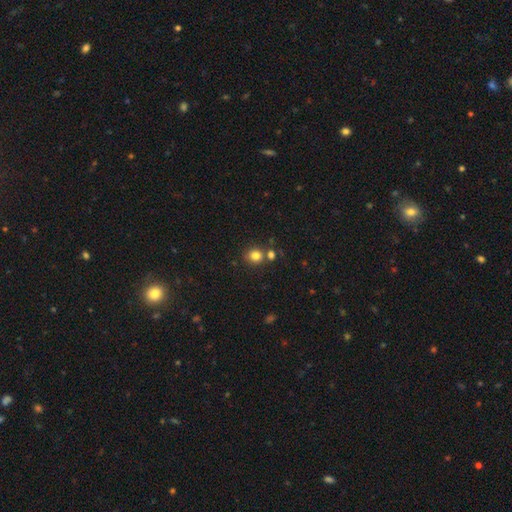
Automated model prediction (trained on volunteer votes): smooth_or_featured: smooth (p=0.80) [alt: star or artifact p=0.13]
how_rounded: round (p=0.82) [alt: in between p=0.17]
merging: none (p=0.70) [alt: merger p=0.18]